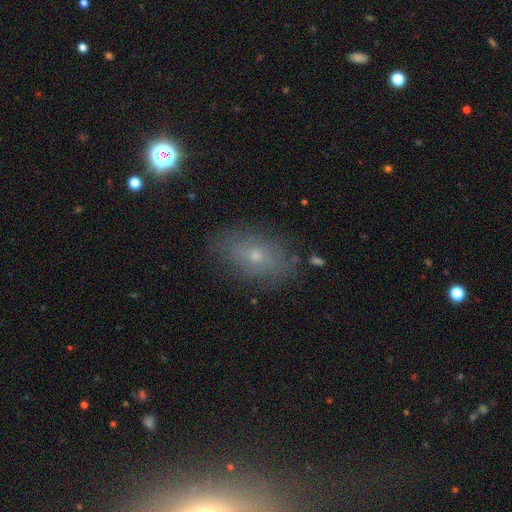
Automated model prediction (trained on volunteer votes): Q: Smooth or featured?
A: smooth (57%); runner-up: featured or disk (29%)
Q: How rounded?
A: in between (85%); runner-up: round (12%)
Q: Merging?
A: none (78%); runner-up: minor disturbance (15%)